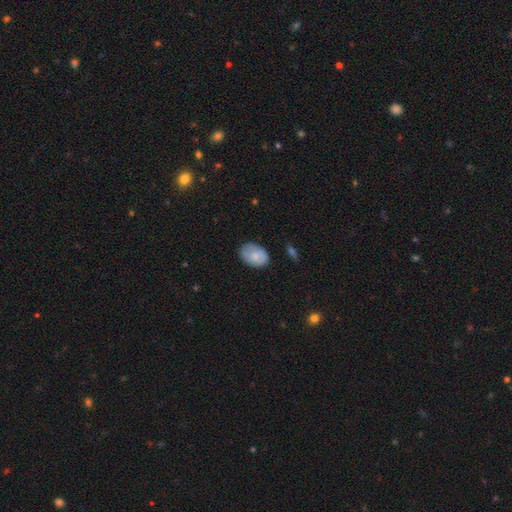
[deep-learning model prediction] Smooth or featured? smooth (76%)
How rounded? in between (81%)
Merging? none (72%)